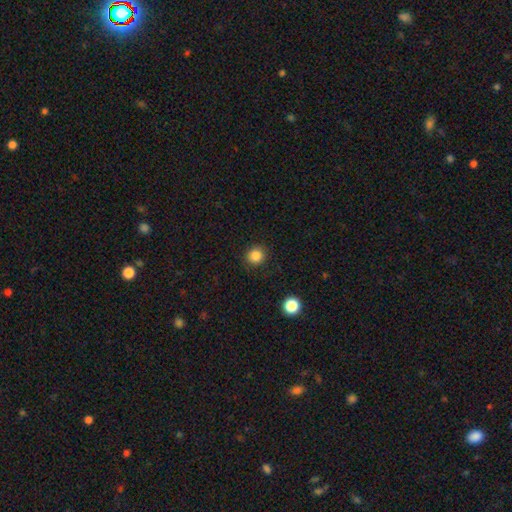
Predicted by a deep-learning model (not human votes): Smooth or featured? smooth (84%)
How rounded? round (90%)
Merging? none (90%)